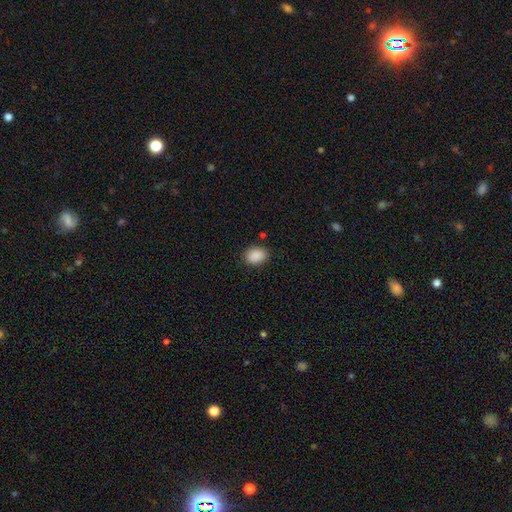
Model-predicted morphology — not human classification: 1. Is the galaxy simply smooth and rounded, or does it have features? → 89% smooth, 8% star or artifact, 3% featured or disk.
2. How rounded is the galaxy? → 67% in between, 32% round, 1% cigar-shaped.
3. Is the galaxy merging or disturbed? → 85% none, 11% minor disturbance, 3% major disturbance, 1% merger.